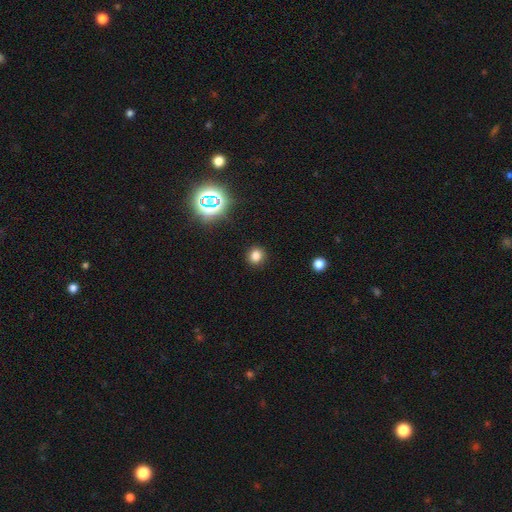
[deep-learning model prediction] smooth 77%, star or artifact 17%, featured or disk 5%. Down the decision tree: how rounded — round (83%); merging — none (90%).